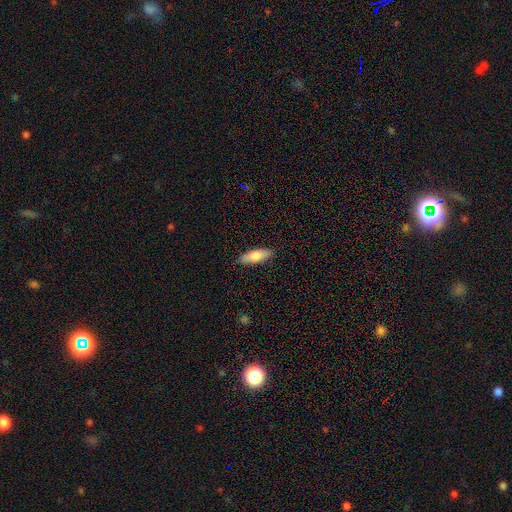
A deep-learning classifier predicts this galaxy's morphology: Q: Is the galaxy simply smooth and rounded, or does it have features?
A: smooth — 79%.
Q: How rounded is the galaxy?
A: in between — 64%.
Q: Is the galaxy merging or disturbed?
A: none — 87%.